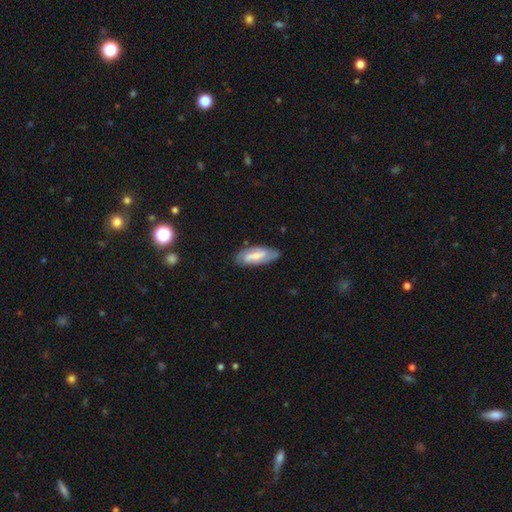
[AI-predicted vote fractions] A featured or disk galaxy (55%). Merging: none (76%).